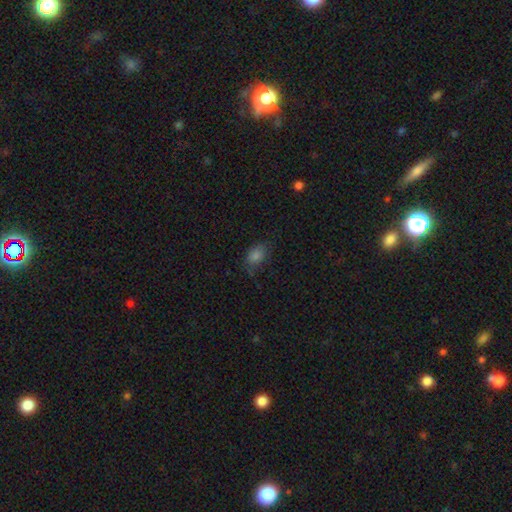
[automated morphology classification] Q: Smooth or featured?
A: smooth (77%); runner-up: star or artifact (15%)
Q: How rounded?
A: in between (82%); runner-up: round (16%)
Q: Merging?
A: none (68%); runner-up: minor disturbance (23%)